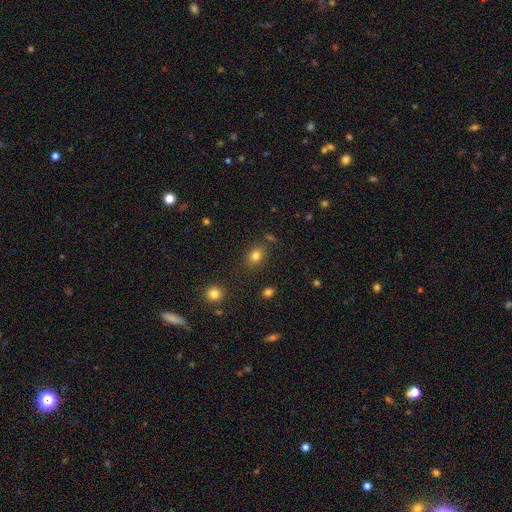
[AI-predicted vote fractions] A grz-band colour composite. It shows a smooth galaxy with no disk features (80%) that is in between round and cigar-shaped (59%). Merging: none (81%).